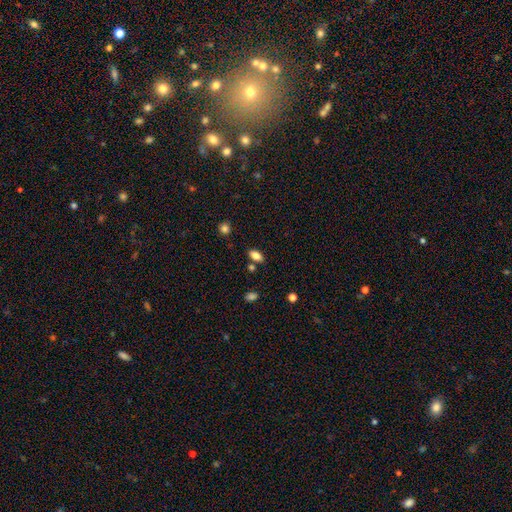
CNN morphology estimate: Smooth or featured? Predicted: smooth (p=0.82). How rounded? Predicted: in between (p=0.89). Merging? Predicted: none (p=0.78).